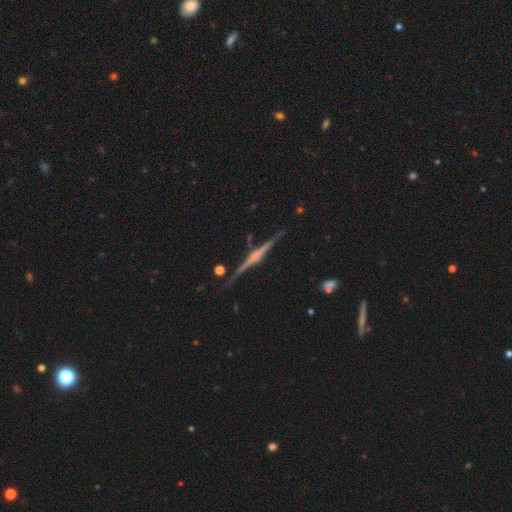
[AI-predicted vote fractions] A featured or disk galaxy (84%) viewed edge-on (98%) with a rounded central bulge (57%). Merging: none (86%).